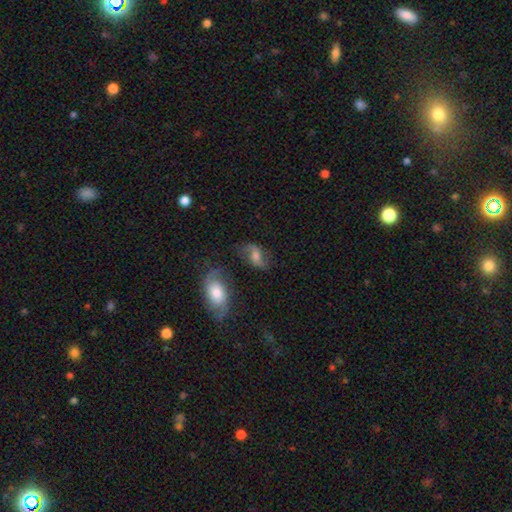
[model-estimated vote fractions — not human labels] Smooth or featured?
  - featured or disk: 61% *
  - smooth: 28%
  - star or artifact: 11%
Edge-on disk?
  - no: 94% *
  - yes: 6%
Bar?
  - no: 45% *
  - weak: 42%
  - strong: 13%
Spiral arms?
  - yes: 88% *
  - no: 12%
Spiral winding?
  - loose: 71% *
  - medium: 22%
  - tight: 6%
Spiral arm count?
  - 2: 90% *
  - can't tell: 4%
  - 1: 3%
  - 3: 1%
  - 4: 1%
  - more than 4: 1%
Bulge size?
  - moderate: 51% *
  - small: 28%
  - large: 11%
  - none: 9%
  - dominant: 2%
Merging?
  - none: 64% *
  - minor disturbance: 19%
  - major disturbance: 10%
  - merger: 6%